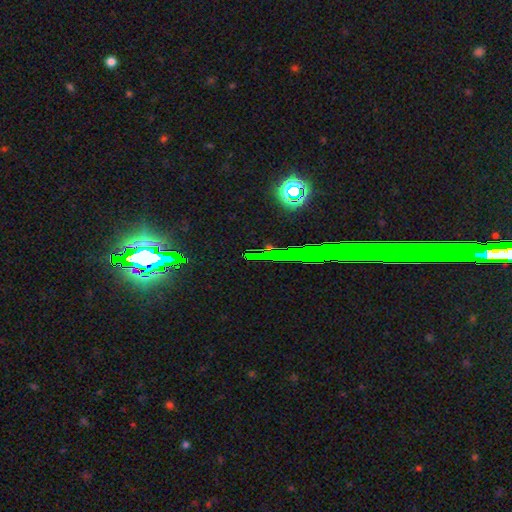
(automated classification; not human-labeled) The model was most divided on "smooth or featured": star or artifact: 74%, smooth: 14%, featured or disk: 12%.